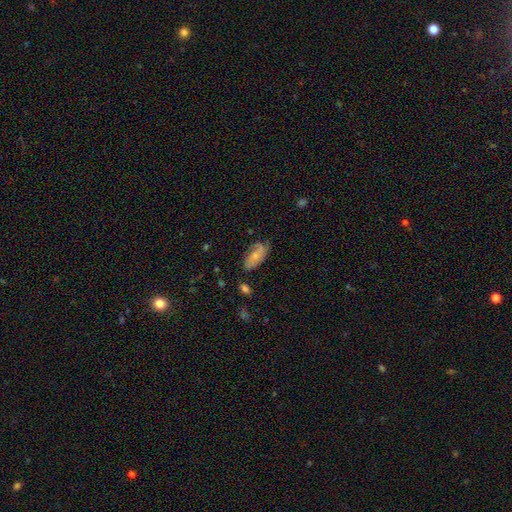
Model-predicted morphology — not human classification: This is possibly a smooth galaxy (57%). How rounded: clearly in between (90%). Merging: possibly none (58%).